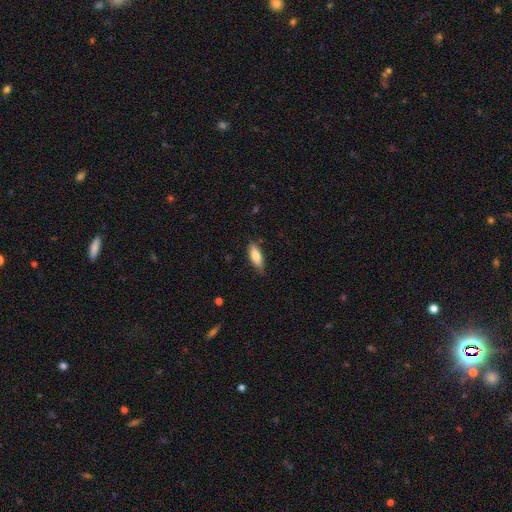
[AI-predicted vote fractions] Smooth or featured? Predicted: smooth (p=0.78). How rounded? Predicted: in between (p=0.64). Merging? Predicted: none (p=0.78).